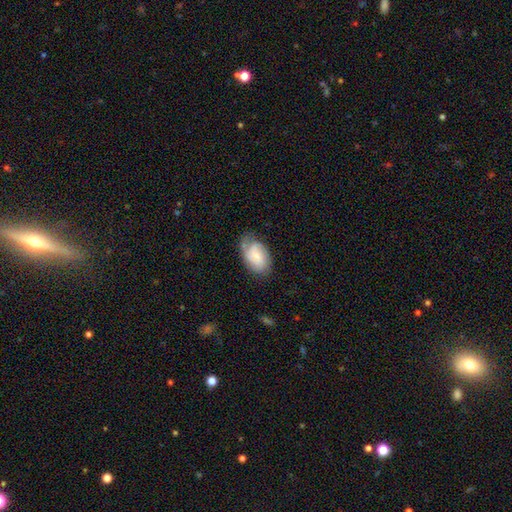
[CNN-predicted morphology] Smooth or featured: featured or disk — 50% (smooth — 42%)
Edge-on disk: no — 96% (yes — 4%)
Merging: none — 62% (minor disturbance — 27%)